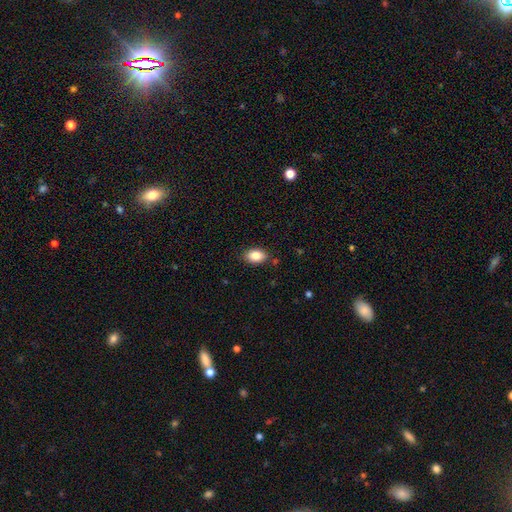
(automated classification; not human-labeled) Smooth or featured? Predicted: smooth (p=0.86). How rounded? Predicted: in between (p=0.86). Merging? Predicted: none (p=0.86).